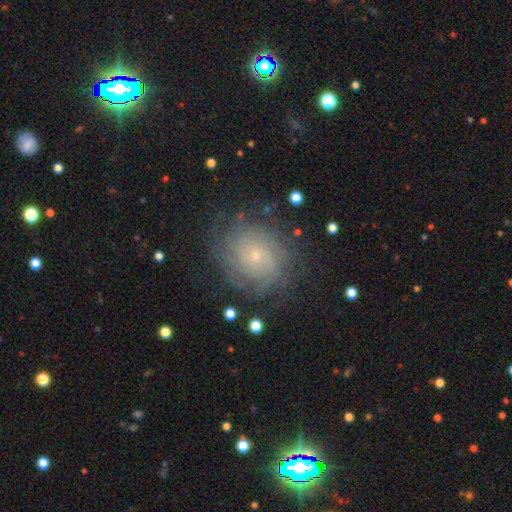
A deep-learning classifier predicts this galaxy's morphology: Smooth or featured: featured or disk — 71% (smooth — 19%)
Edge-on disk: no — 97% (yes — 3%)
Bar: no — 80% (weak — 17%)
Spiral arms: yes — 90% (no — 10%)
Spiral winding: tight — 72% (medium — 20%)
Spiral arm count: can't tell — 52% (4 — 12%)
Bulge size: small — 79% (moderate — 16%)
Merging: none — 77% (minor disturbance — 15%)